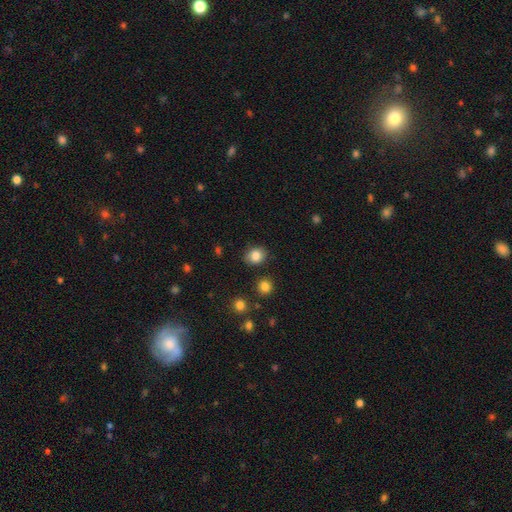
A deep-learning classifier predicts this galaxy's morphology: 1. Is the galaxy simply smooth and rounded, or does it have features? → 84% smooth, 10% star or artifact, 6% featured or disk.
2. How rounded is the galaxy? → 59% round, 40% in between, 1% cigar-shaped.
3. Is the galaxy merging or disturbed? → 84% none, 11% minor disturbance, 3% major disturbance, 2% merger.